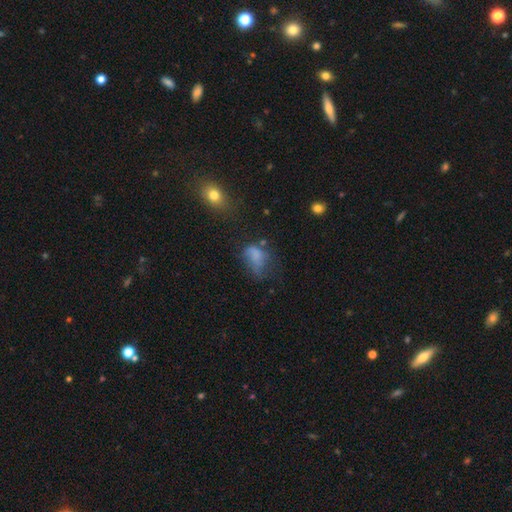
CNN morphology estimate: Smooth or featured? Predicted: smooth (p=0.59). How rounded? Predicted: in between (p=0.80). Merging? Predicted: major disturbance (p=0.39).